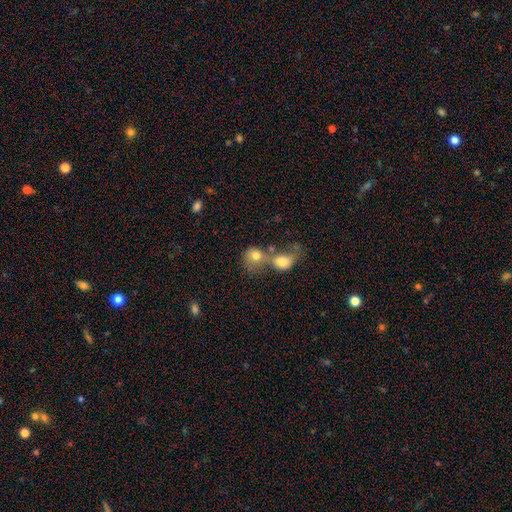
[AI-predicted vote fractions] smooth_or_featured: smooth (p=0.75) [alt: featured or disk p=0.15]
how_rounded: round (p=0.64) [alt: in between p=0.34]
merging: merger (p=0.72) [alt: none p=0.15]